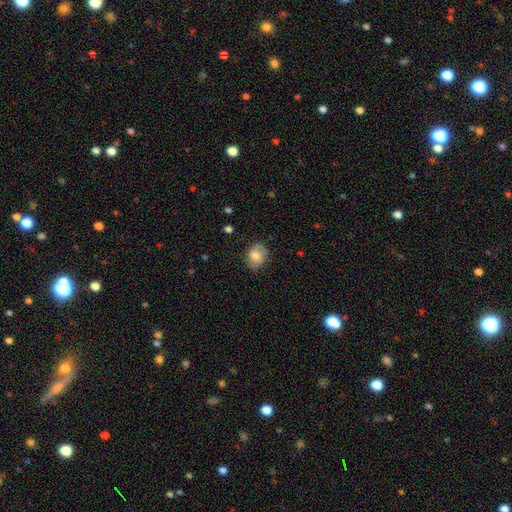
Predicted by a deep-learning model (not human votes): This appears to be a smooth galaxy with no disk features (66%) that is round (53%). Merging: none (76%).